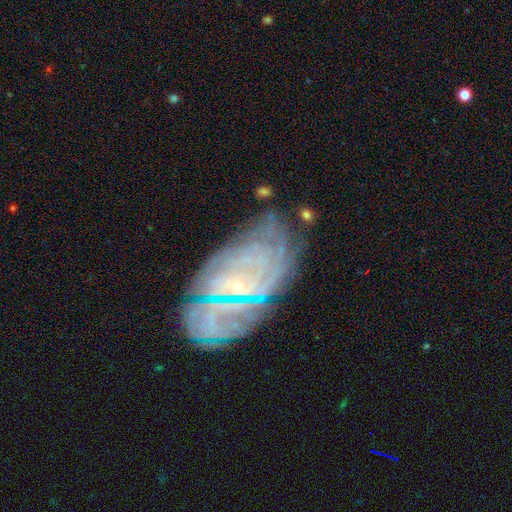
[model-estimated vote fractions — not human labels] The model was most divided on "spiral arm count": can't tell: 45%, 2: 15%, 3: 13%, 4: 11%, more than 4: 9%, 1: 7%. More confident: edge-on disk — no (95%); spiral arms — yes (85%); bulge size — small (76%); smooth or featured — featured or disk (74%); spiral winding — tight (66%); bar — no (65%); merging — none (55%).